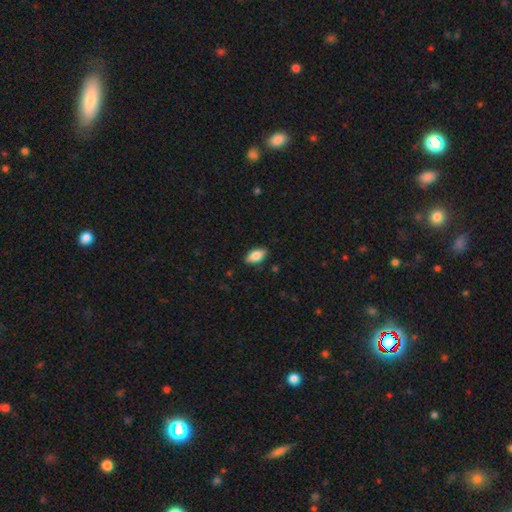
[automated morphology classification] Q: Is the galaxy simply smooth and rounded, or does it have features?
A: smooth — 84%.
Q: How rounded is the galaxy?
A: in between — 91%.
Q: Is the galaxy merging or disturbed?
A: none — 86%.